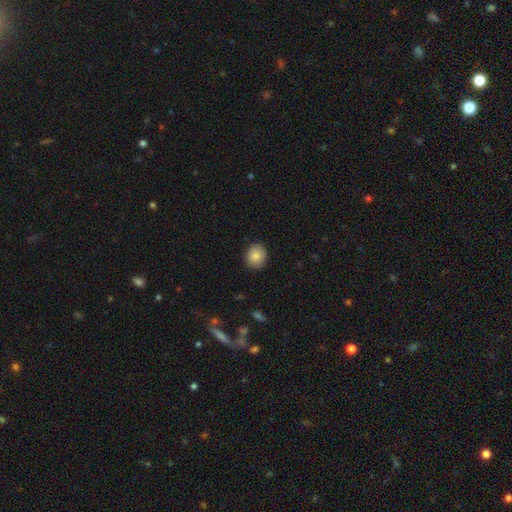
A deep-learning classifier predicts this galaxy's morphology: Smooth or featured? Predicted: smooth (p=0.85). How rounded? Predicted: round (p=0.70). Merging? Predicted: none (p=0.89).